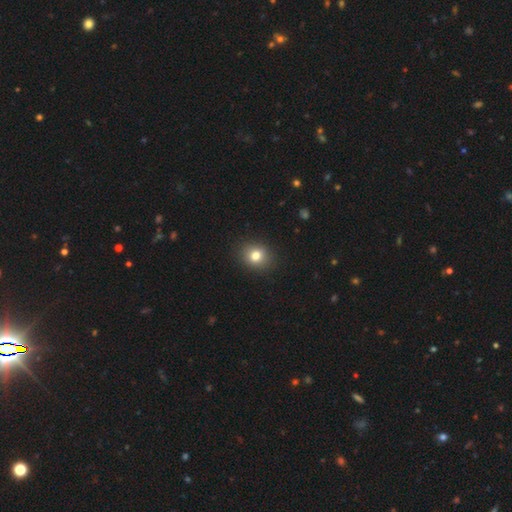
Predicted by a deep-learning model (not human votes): smooth-or-featured: smooth: 78% | star or artifact: 12% | featured or disk: 10%
  how-rounded: round: 67% | in between: 32% | cigar-shaped: 1%
  merging: none: 89% | minor disturbance: 7% | major disturbance: 2% | merger: 1%